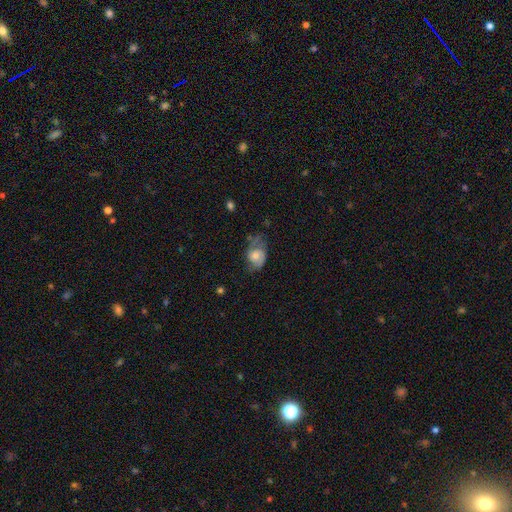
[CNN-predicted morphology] A smooth galaxy with no disk features (54%) that is in between round and cigar-shaped (72%). Merging: none (39%).